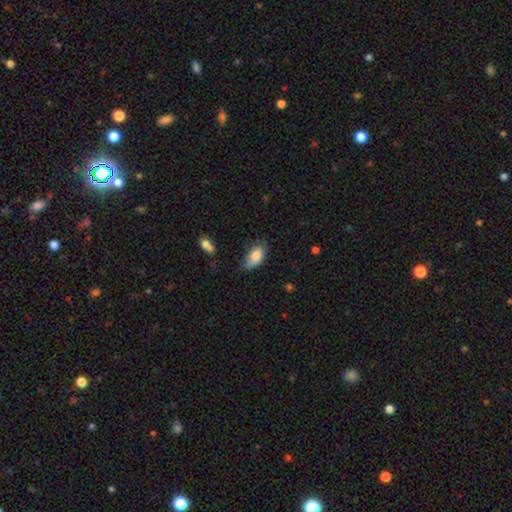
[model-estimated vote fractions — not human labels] Overall: smooth (83%). How rounded: in between (93%). Merging: none (62%; minor disturbance 30%).